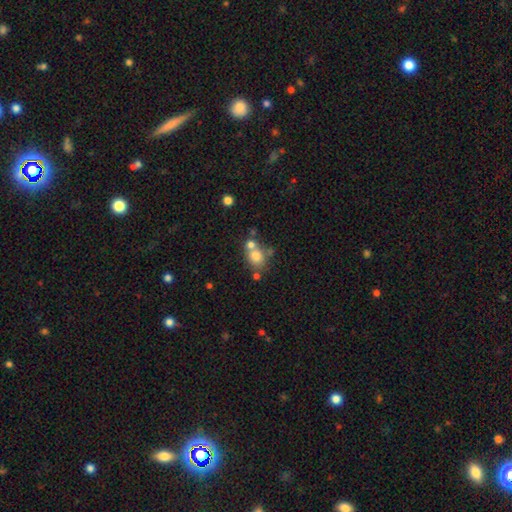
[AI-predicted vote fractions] This appears to be a smooth galaxy with no disk features (73%) that is round (65%). Merging: none (45%).